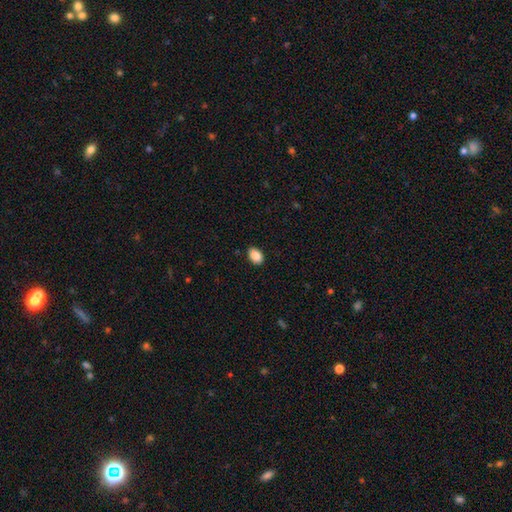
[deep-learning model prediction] A smooth galaxy with no disk features (89%) that is in between round and cigar-shaped (87%). Merging: none (87%).